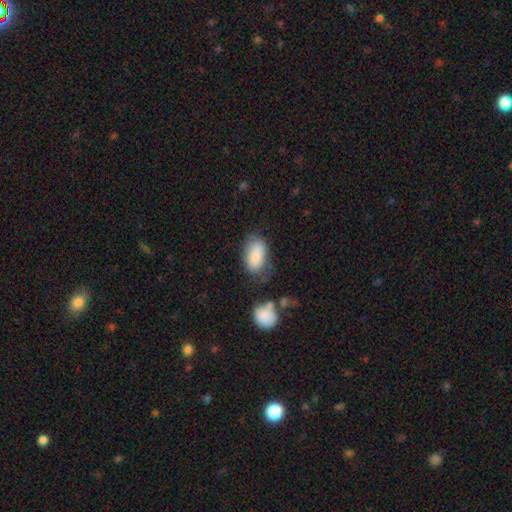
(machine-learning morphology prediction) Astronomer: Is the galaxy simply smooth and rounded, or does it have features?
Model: smooth — 80%.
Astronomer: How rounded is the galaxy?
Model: in between — 91%.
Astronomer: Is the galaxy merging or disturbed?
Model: none — 58%.